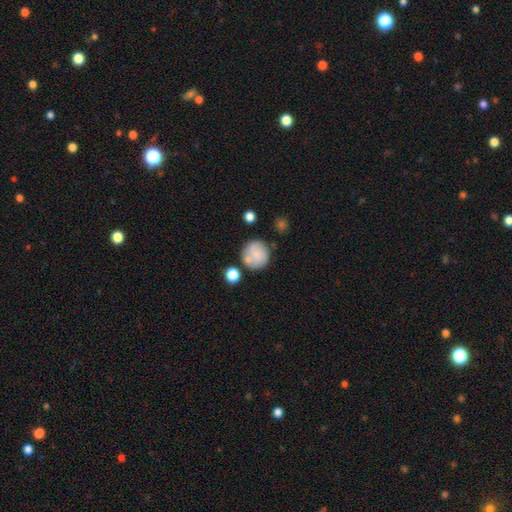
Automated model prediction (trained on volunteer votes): smooth-or-featured: smooth: 78% | featured or disk: 14% | star or artifact: 8%
  how-rounded: round: 90% | in between: 9% | cigar-shaped: 1%
  merging: none: 64% | minor disturbance: 15% | merger: 15% | major disturbance: 6%